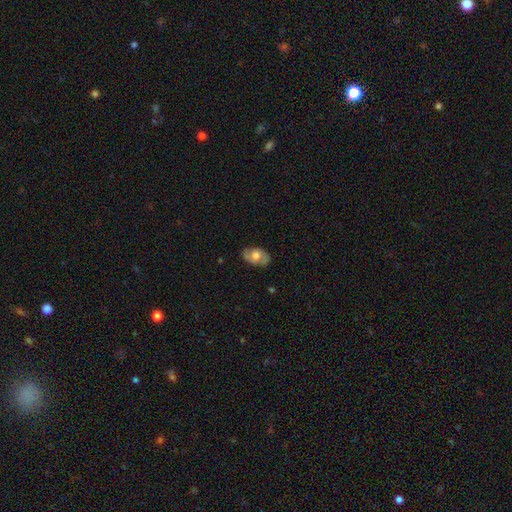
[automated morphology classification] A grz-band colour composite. It shows a smooth galaxy with no disk features (51%) that is in between round and cigar-shaped (87%). Merging: none (79%).